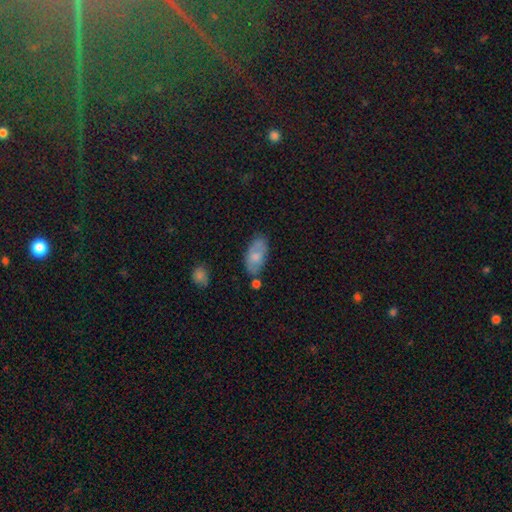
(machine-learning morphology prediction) smooth-or-featured: smooth: 66% | featured or disk: 27% | star or artifact: 7%
  how-rounded: in between: 92% | cigar-shaped: 4% | round: 4%
  merging: none: 66% | minor disturbance: 22% | merger: 7% | major disturbance: 6%